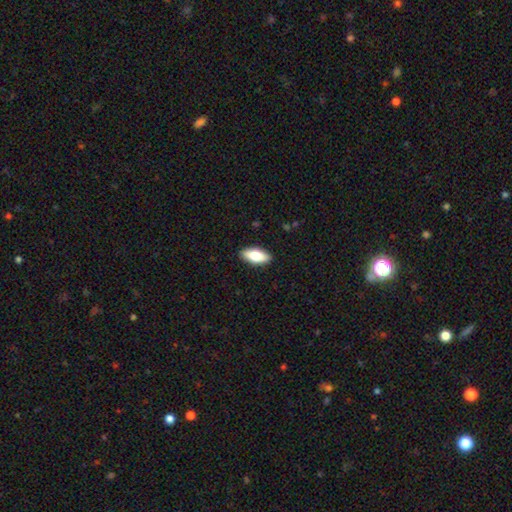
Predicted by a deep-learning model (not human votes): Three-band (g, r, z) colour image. It shows a smooth galaxy with no disk features (74%) that is in between round and cigar-shaped (84%). Merging: none (90%).